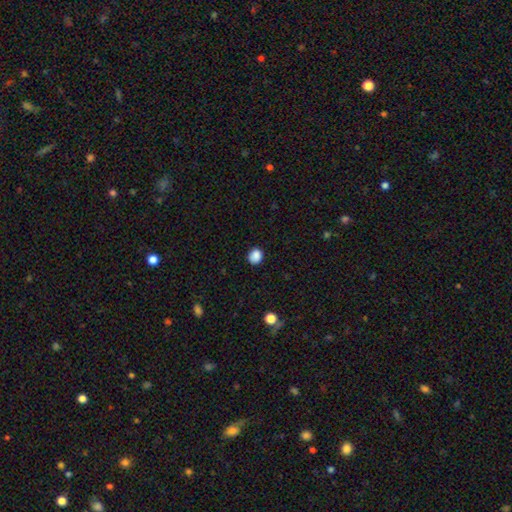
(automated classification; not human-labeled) Smooth or featured? Predicted: smooth (p=0.87). How rounded? Predicted: round (p=0.73). Merging? Predicted: none (p=0.86).